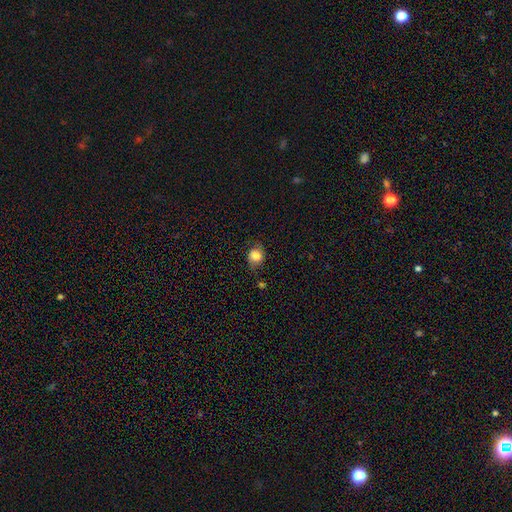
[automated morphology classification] smooth-or-featured: smooth: 80% | star or artifact: 10% | featured or disk: 10%
  how-rounded: round: 65% | in between: 34% | cigar-shaped: 1%
  merging: none: 69% | minor disturbance: 22% | major disturbance: 6% | merger: 3%